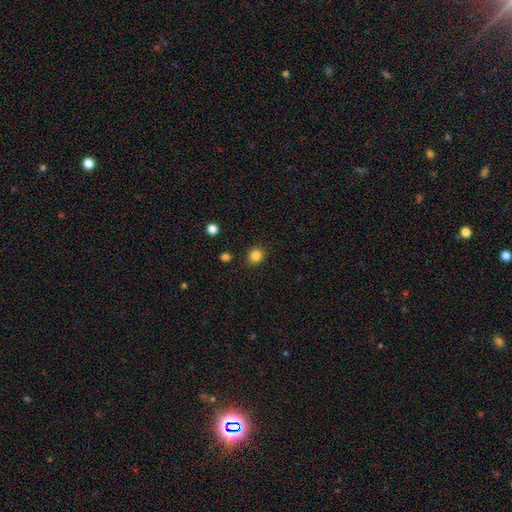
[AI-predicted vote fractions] A smooth galaxy with no disk features (84%) that is round (86%).

Vote fractions:
- Smooth or featured? smooth: 84% / star or artifact: 11% / featured or disk: 4%
- How rounded? round: 86% / in between: 13% / cigar-shaped: 1%
- Merging? none: 90% / minor disturbance: 7% / major disturbance: 2% / merger: 2%